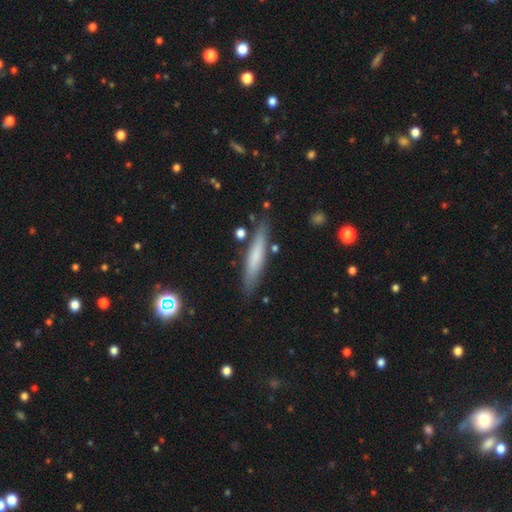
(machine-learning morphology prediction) smooth 66%, featured or disk 27%, star or artifact 7%. Down the decision tree: how rounded — cigar-shaped (89%); merging — none (84%).